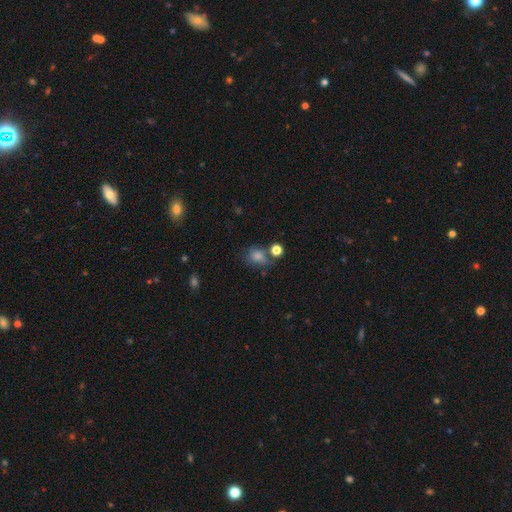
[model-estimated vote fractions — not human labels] A smooth galaxy with no disk features (64%) that is round (56%). Merging: none (57%).